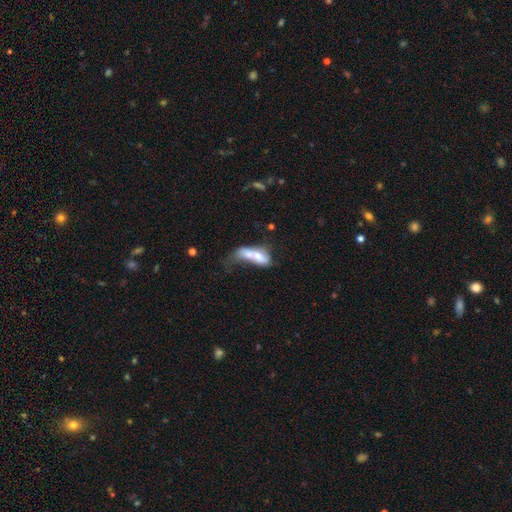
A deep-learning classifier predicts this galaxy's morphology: smooth_or_featured: smooth (p=0.57) [alt: featured or disk p=0.34]
how_rounded: in between (p=0.74) [alt: cigar-shaped p=0.17]
merging: merger (p=0.69) [alt: major disturbance p=0.13]